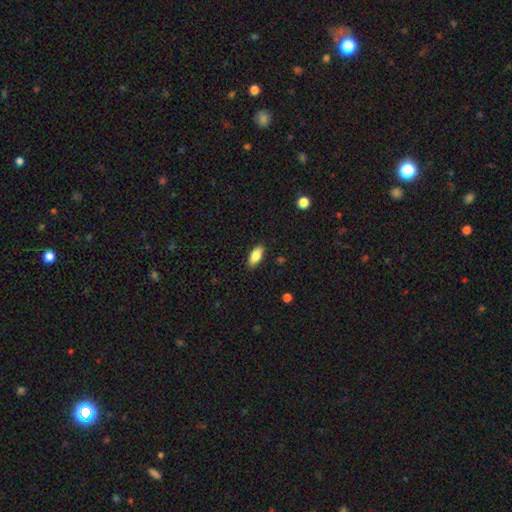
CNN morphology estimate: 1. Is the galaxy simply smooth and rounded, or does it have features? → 82% smooth, 11% featured or disk, 7% star or artifact.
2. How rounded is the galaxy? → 84% in between, 14% cigar-shaped, 3% round.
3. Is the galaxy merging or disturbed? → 88% none, 9% minor disturbance, 2% major disturbance, 1% merger.